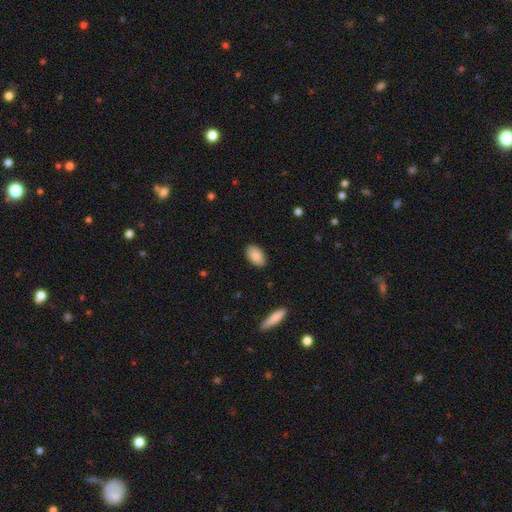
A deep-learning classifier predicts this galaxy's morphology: Overall: smooth (88%). How rounded: in between (94%). Merging: none (88%).